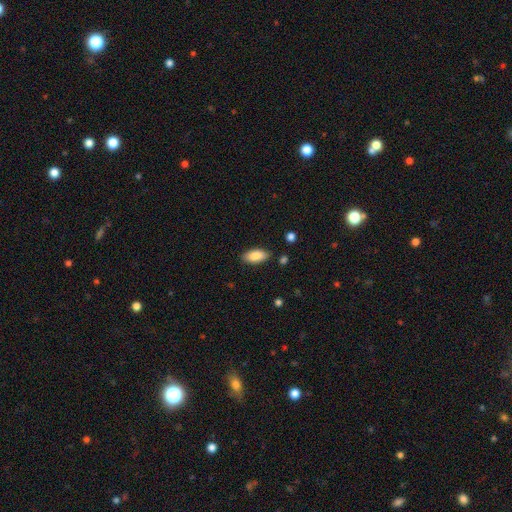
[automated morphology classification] Smooth or featured? smooth (88%)
How rounded? in between (89%)
Merging? none (85%)